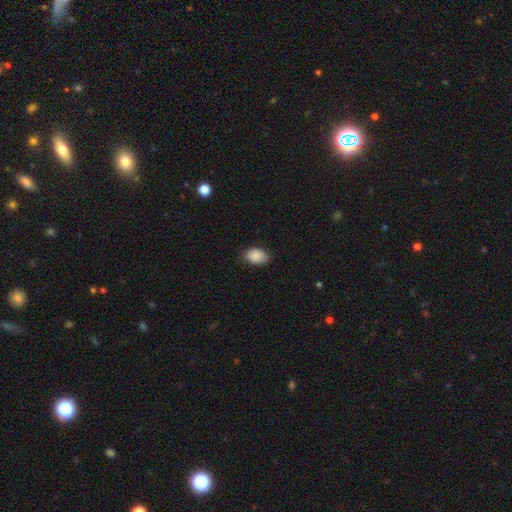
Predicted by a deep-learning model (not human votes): smooth 87%, star or artifact 7%, featured or disk 6%. Down the decision tree: how rounded — in between (87%); merging — none (79%).